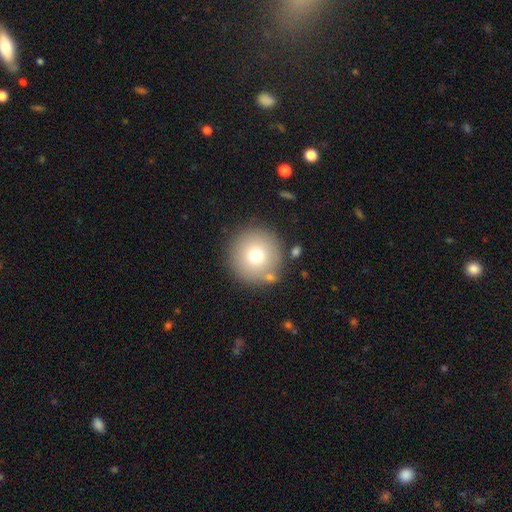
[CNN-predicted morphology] The model was most divided on "smooth or featured": smooth: 73%, featured or disk: 15%, star or artifact: 12%. More confident: how rounded — round (96%); merging — none (83%).